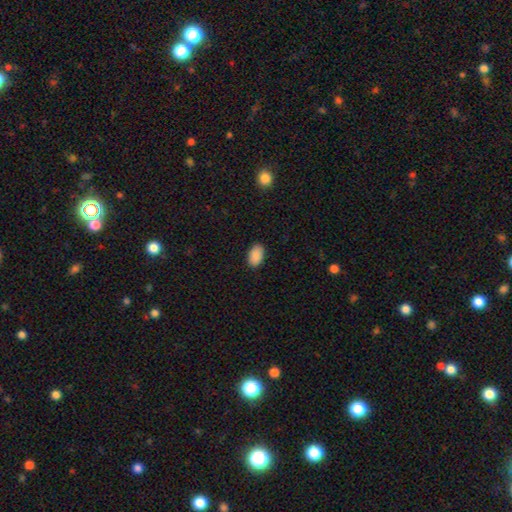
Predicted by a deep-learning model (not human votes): Morphology: type=smooth (90%); roundness=in between (92%); merging=none (88%).